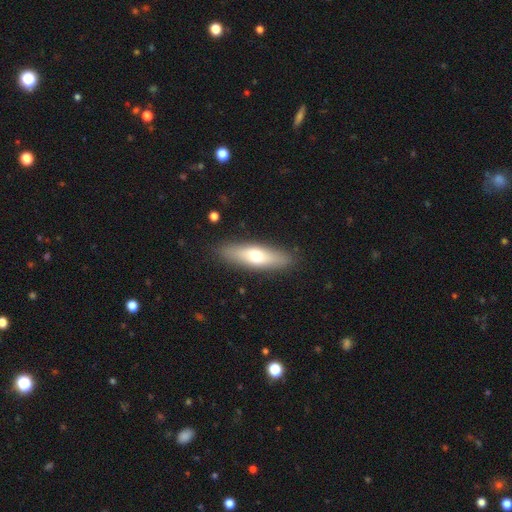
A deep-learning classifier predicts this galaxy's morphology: This is likely a smooth galaxy (62%). How rounded: possibly cigar-shaped (59%). Merging: clearly none (88%).